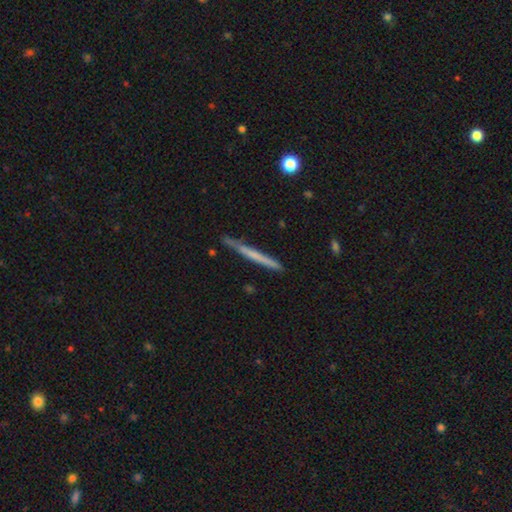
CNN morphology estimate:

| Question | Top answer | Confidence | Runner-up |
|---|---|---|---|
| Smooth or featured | featured or disk | 47% | tied: smooth (47%) |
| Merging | none | 85% | minor disturbance (11%) |